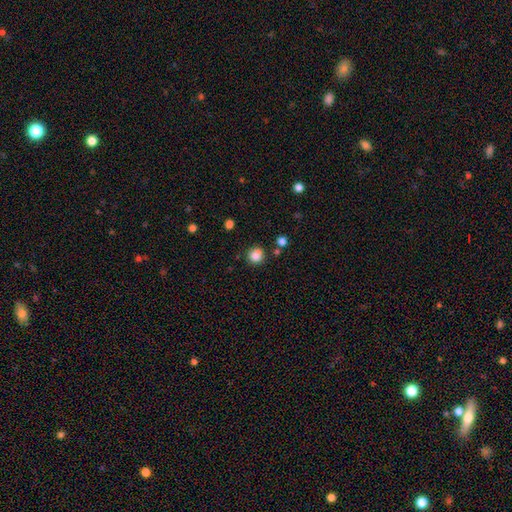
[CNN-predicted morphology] smooth-or-featured: smooth: 85% | star or artifact: 11% | featured or disk: 4%
  how-rounded: round: 85% | in between: 14% | cigar-shaped: 1%
  merging: none: 80% | minor disturbance: 12% | merger: 5% | major disturbance: 3%